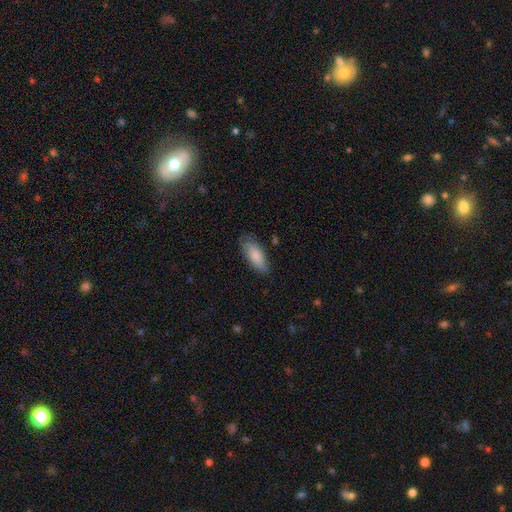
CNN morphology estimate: Overall: smooth (82%). How rounded: in between (76%). Merging: none (75%).